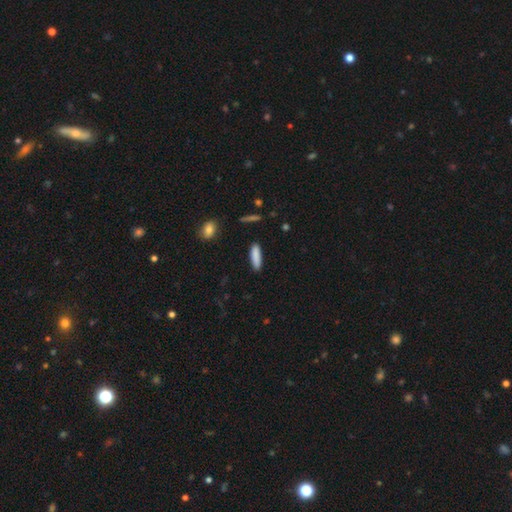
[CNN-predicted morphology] Overall: smooth (87%). How rounded: cigar-shaped (64%; in between 34%). Merging: none (87%).